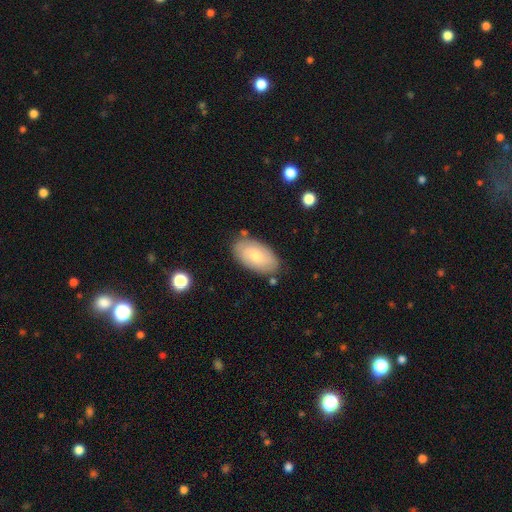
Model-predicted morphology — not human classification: smooth_or_featured: smooth (p=0.68) [alt: featured or disk p=0.26]
how_rounded: in between (p=0.94) [alt: round p=0.04]
merging: none (p=0.78) [alt: minor disturbance p=0.15]